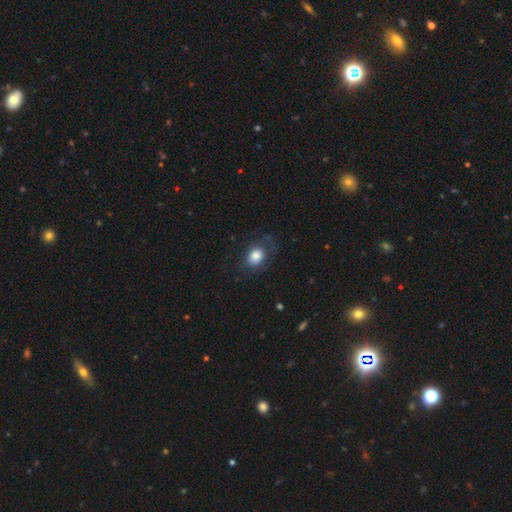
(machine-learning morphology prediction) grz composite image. It shows a smooth galaxy with no disk features (83%) that is in between round and cigar-shaped (55%). Merging: none (68%).